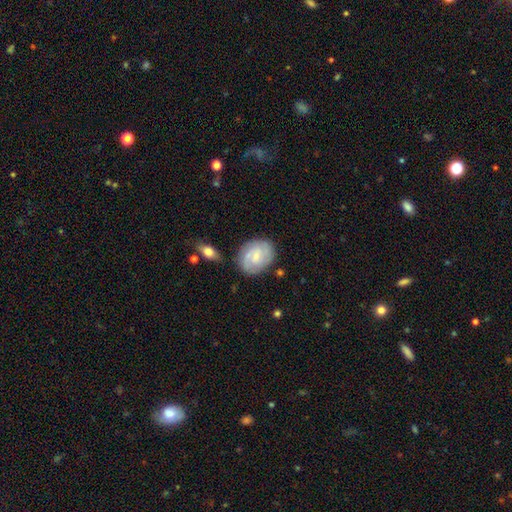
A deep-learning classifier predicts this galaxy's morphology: Smooth or featured? featured or disk (54%)
Edge-on disk? no (97%)
Bar? no (52%)
Spiral arms? yes (83%)
Bulge size? small (64%)
Merging? none (73%)